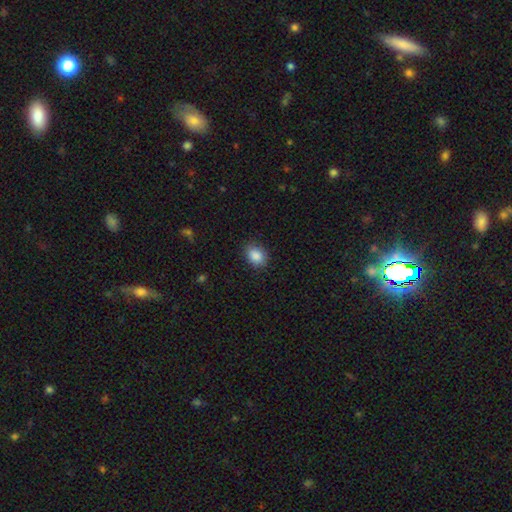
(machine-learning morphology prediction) Smooth or featured? smooth (87%)
How rounded? in between (63%)
Merging? none (86%)